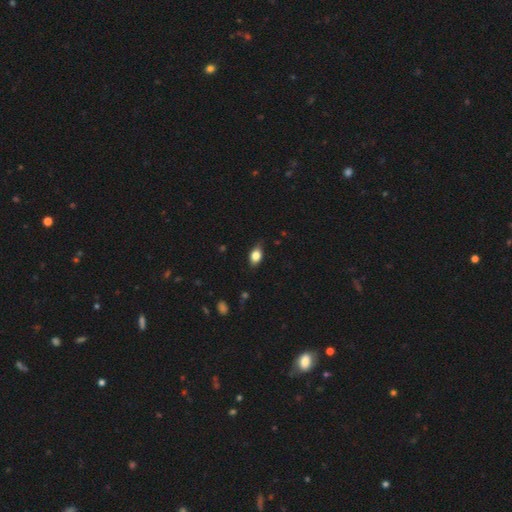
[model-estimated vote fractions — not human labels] A smooth galaxy with no disk features (78%) that is in between round and cigar-shaped (82%). Merging: none (78%).